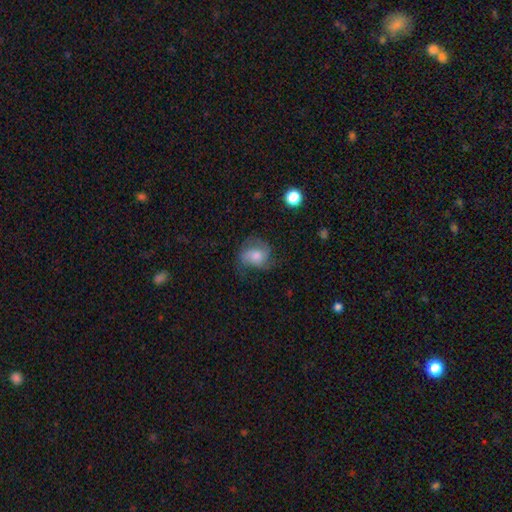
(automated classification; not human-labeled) Overall: featured or disk (48%; smooth 43%). Merging: none (55%; minor disturbance 25%).